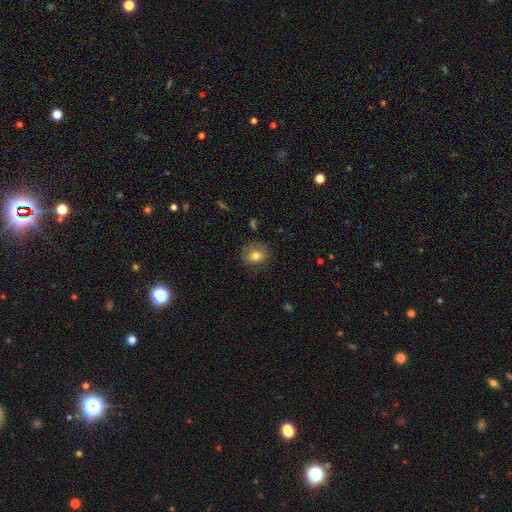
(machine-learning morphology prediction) Overall: smooth (77%). How rounded: round (67%; in between 32%). Merging: none (80%).